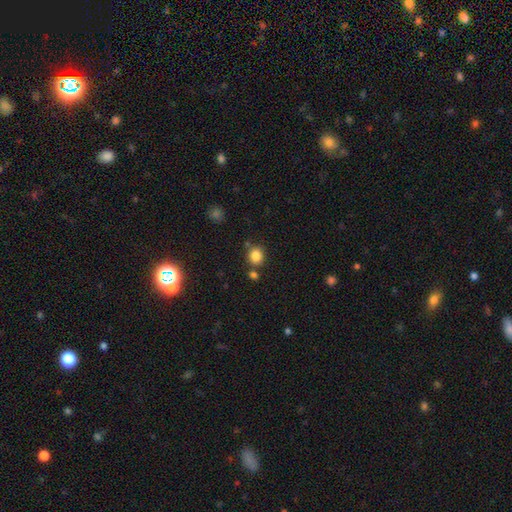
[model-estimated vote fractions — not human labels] A smooth galaxy with no disk features (84%) that is round (82%).

Vote fractions:
- Smooth or featured? smooth: 84% / star or artifact: 12% / featured or disk: 5%
- How rounded? round: 82% / in between: 17% / cigar-shaped: 1%
- Merging? none: 74% / merger: 13% / minor disturbance: 10% / major disturbance: 3%